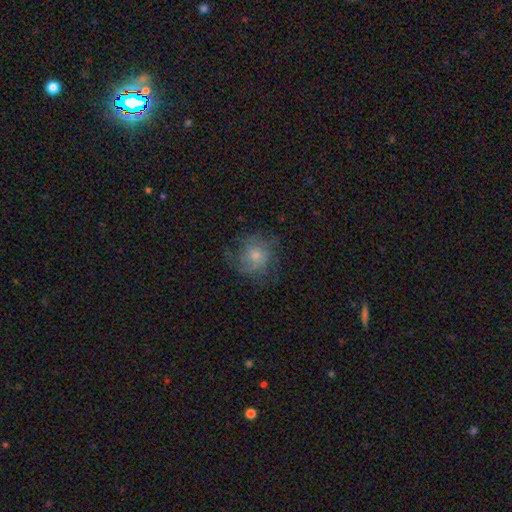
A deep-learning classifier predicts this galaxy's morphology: A featured or disk galaxy (46%).

Vote fractions:
- Smooth or featured? featured or disk: 46% / smooth: 39% / star or artifact: 14%
- Merging? none: 68% / minor disturbance: 19% / major disturbance: 12% / merger: 1%